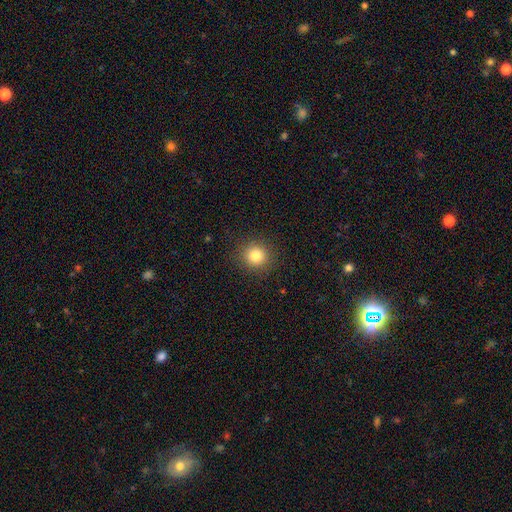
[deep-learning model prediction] Smooth or featured? smooth (81%)
How rounded? round (91%)
Merging? none (90%)